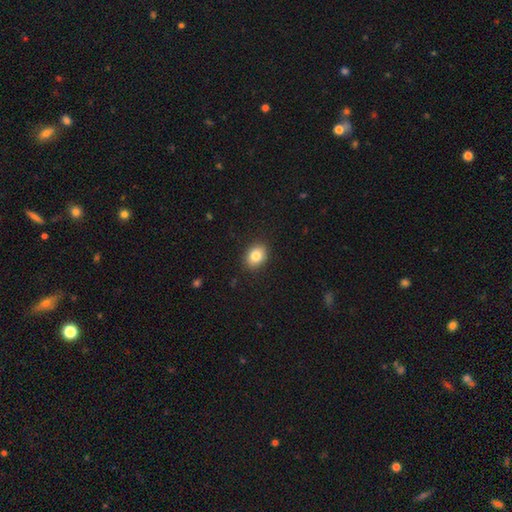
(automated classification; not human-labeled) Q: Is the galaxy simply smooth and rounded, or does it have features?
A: smooth — 83%.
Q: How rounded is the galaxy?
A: in between — 62%.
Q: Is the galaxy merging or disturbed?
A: none — 89%.